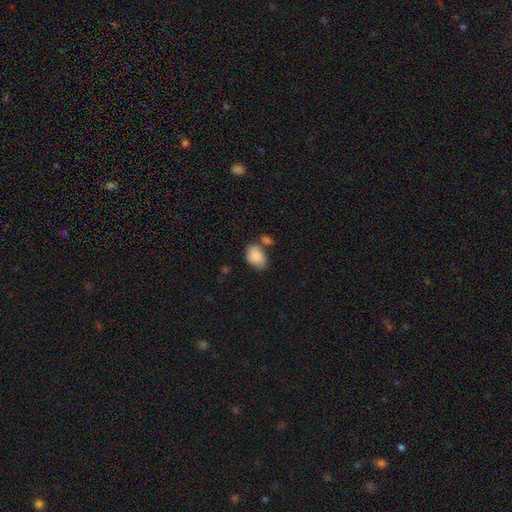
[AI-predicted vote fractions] smooth-or-featured: smooth: 87% | star or artifact: 7% | featured or disk: 6%
  how-rounded: in between: 86% | round: 13% | cigar-shaped: 1%
  merging: none: 50% | minor disturbance: 22% | merger: 21% | major disturbance: 7%